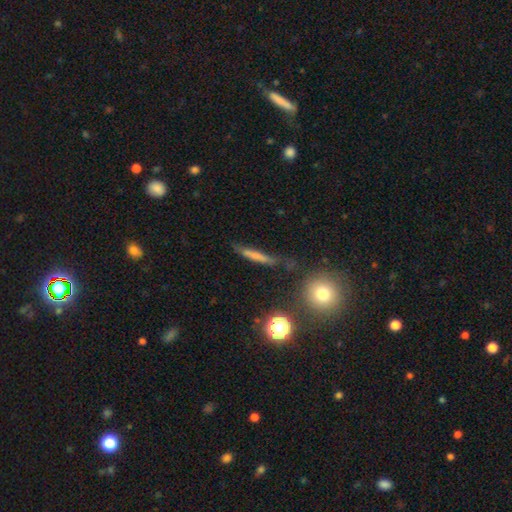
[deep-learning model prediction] smooth_or_featured: smooth (p=0.60) [alt: featured or disk p=0.27]
how_rounded: cigar-shaped (p=0.85) [alt: in between p=0.08]
merging: none (p=0.65) [alt: minor disturbance p=0.21]